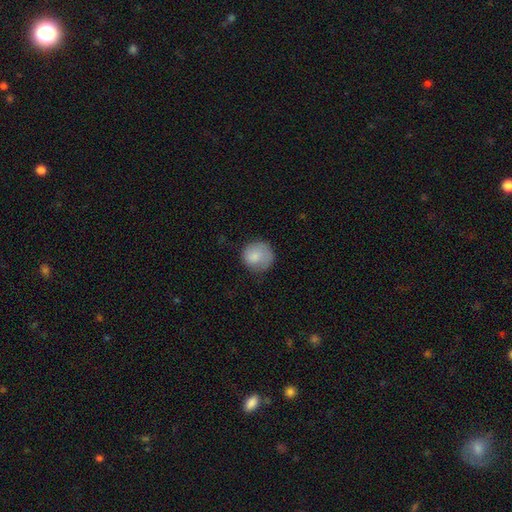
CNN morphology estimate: A smooth galaxy with no disk features (81%) that is round (88%). Merging: none (65%).